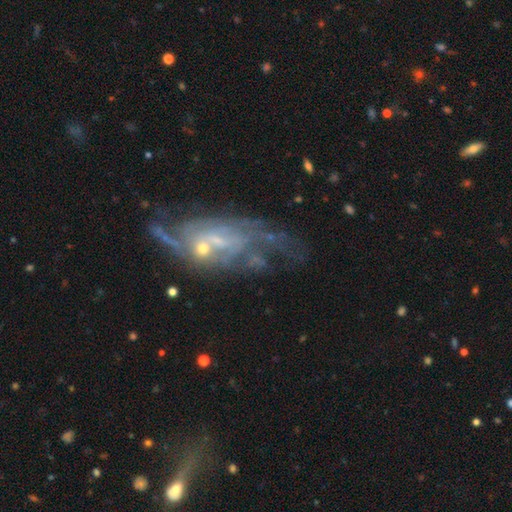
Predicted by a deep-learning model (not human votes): A featured or disk galaxy (77%) with no bar (57%), medium (39%) spiral arms (78%) and a small central bulge (62%).

Vote fractions:
- Smooth or featured? featured or disk: 77% / smooth: 12% / star or artifact: 11%
- Edge-on disk? no: 92% / yes: 8%
- Bar? no: 57% / weak: 33% / strong: 10%
- Spiral arms? yes: 78% / no: 22%
- Spiral winding? medium: 39% / loose: 31% / tight: 30%
- Spiral arm count? can't tell: 41% / 2: 32% / 3: 11% / 1: 6% / 4: 6% / more than 4: 5%
- Bulge size? small: 62% / moderate: 22% / none: 12% / large: 2% / dominant: 1%
- Merging? none: 41% / major disturbance: 26% / minor disturbance: 19% / merger: 14%